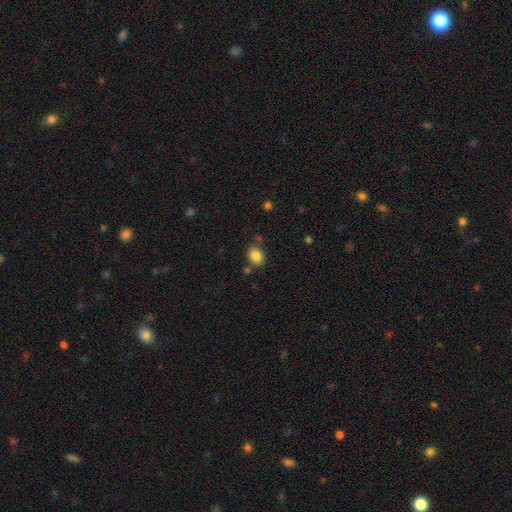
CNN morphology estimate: The model was most divided on "how rounded": in between: 60%, round: 39%, cigar-shaped: 1%. More confident: smooth or featured — smooth (84%); merging — none (76%).